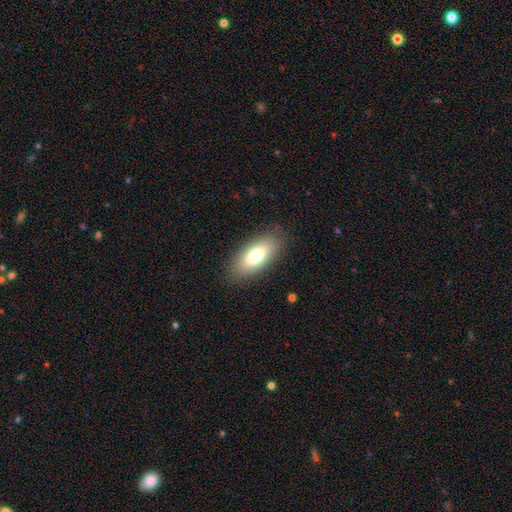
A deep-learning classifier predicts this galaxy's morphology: Overall: smooth (75%). How rounded: in between (82%). Merging: none (86%).